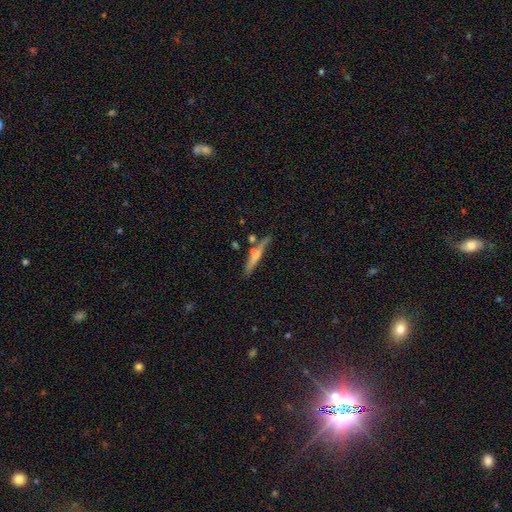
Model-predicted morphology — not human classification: The model was most divided on "smooth or featured": featured or disk: 49%, smooth: 43%, star or artifact: 7%. More confident: merging — none (75%).